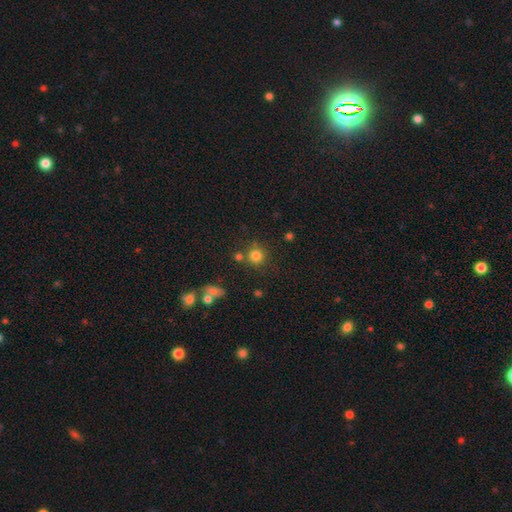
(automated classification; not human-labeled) smooth-or-featured: smooth: 79% | star or artifact: 14% | featured or disk: 7%
  how-rounded: round: 92% | in between: 7% | cigar-shaped: 1%
  merging: none: 73% | merger: 13% | minor disturbance: 10% | major disturbance: 4%